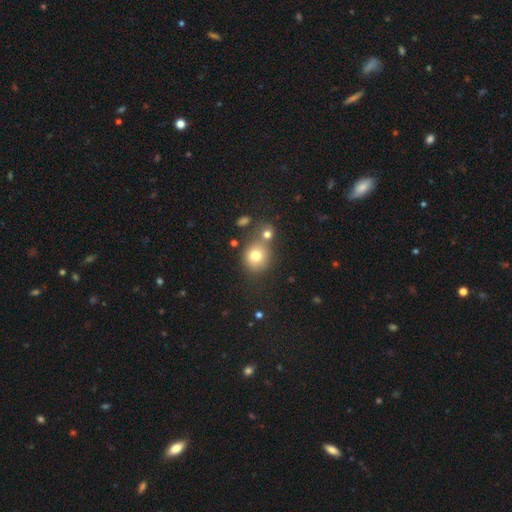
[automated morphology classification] Smooth or featured? Predicted: smooth (p=0.76). How rounded? Predicted: round (p=0.82). Merging? Predicted: none (p=0.59).